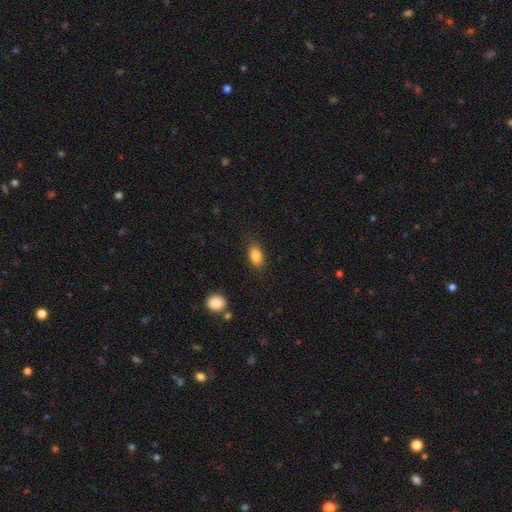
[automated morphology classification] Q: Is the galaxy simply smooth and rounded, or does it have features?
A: smooth — 85%.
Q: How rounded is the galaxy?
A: in between — 86%.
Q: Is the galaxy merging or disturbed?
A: none — 83%.